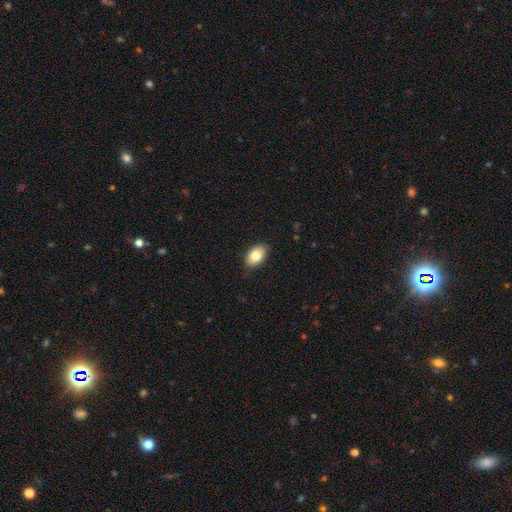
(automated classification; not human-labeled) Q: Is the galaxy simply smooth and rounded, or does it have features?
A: smooth — 81%.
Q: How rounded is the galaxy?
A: in between — 89%.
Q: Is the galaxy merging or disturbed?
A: none — 83%.